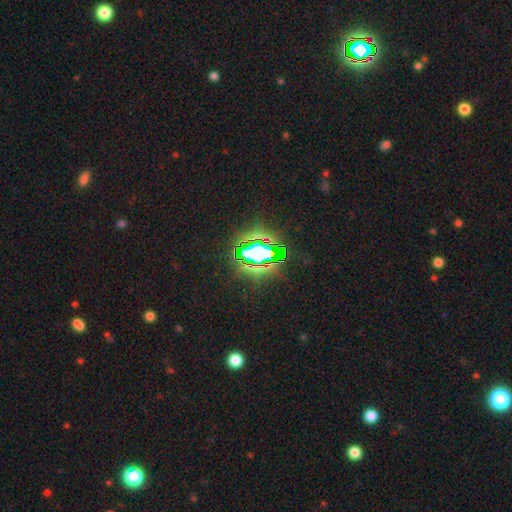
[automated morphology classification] A star or artifact, not a galaxy (73%).

Vote fractions:
- Smooth or featured? star or artifact: 73% / smooth: 14% / featured or disk: 13%